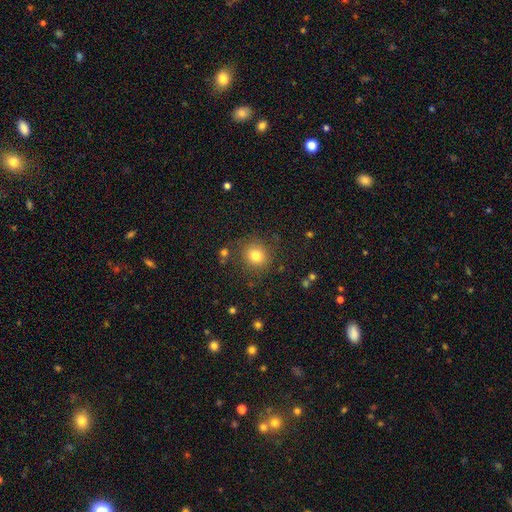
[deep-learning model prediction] Smooth or featured: smooth — 80% (star or artifact — 13%)
How rounded: round — 80% (in between — 19%)
Merging: none — 83% (minor disturbance — 10%)